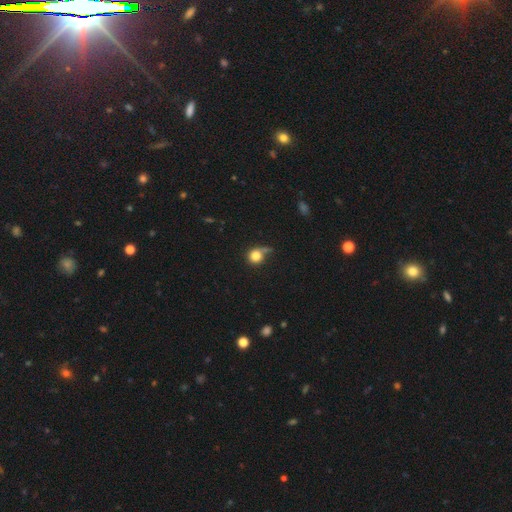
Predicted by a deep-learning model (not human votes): Q: Smooth or featured?
A: smooth (80%); runner-up: star or artifact (10%)
Q: How rounded?
A: round (88%); runner-up: in between (11%)
Q: Merging?
A: none (49%); runner-up: minor disturbance (23%)